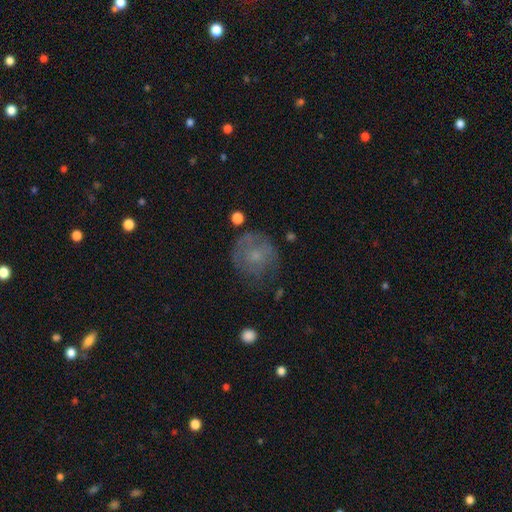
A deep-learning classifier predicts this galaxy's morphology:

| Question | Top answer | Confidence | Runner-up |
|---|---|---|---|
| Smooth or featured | smooth | 52% | featured or disk (37%) |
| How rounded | round | 85% | in between (14%) |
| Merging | none | 59% | minor disturbance (24%) |